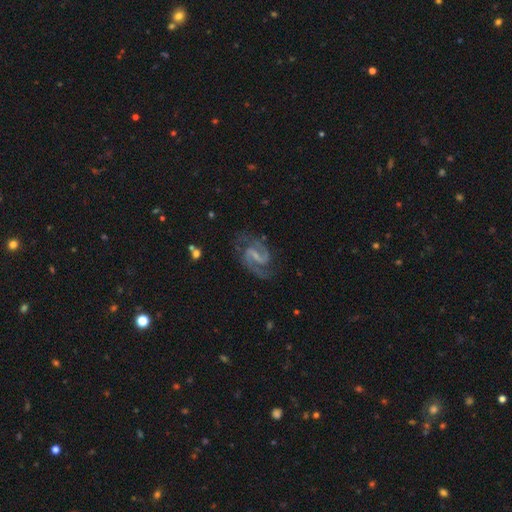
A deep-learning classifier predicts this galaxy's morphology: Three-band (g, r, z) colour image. It shows a featured or disk galaxy (91%) with a weak bar (49%), 2 (93%) medium (62%) spiral arms (98%) and a small central bulge (43%). Merging: none (75%).